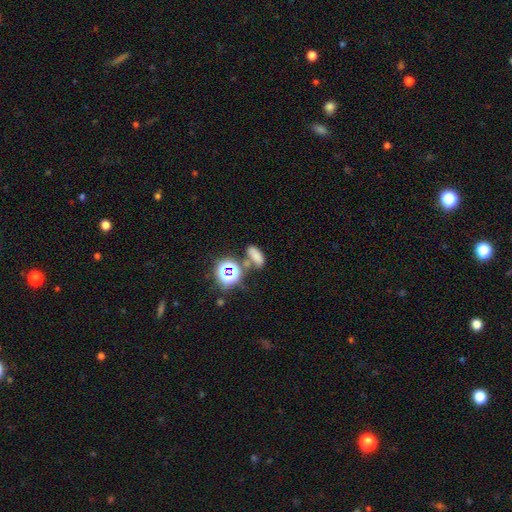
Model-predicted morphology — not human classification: Smooth or featured? smooth (67%)
How rounded? in between (75%)
Merging? none (62%)